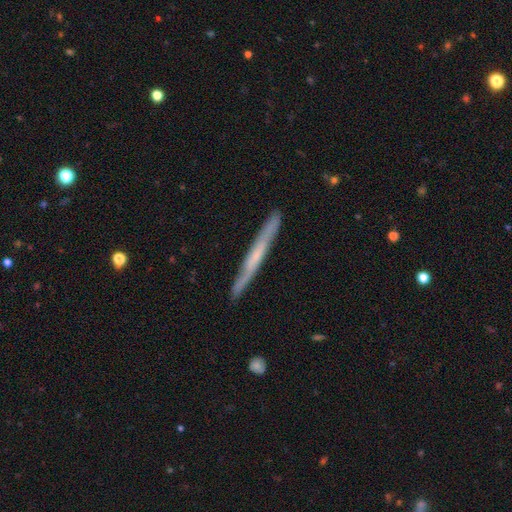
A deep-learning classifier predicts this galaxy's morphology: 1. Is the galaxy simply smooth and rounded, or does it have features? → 58% featured or disk, 37% smooth, 6% star or artifact.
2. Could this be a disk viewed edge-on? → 95% yes, 5% no.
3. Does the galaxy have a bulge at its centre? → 71% none, 21% rounded, 7% boxy.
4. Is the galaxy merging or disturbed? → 88% none, 9% minor disturbance, 1% major disturbance, 1% merger.